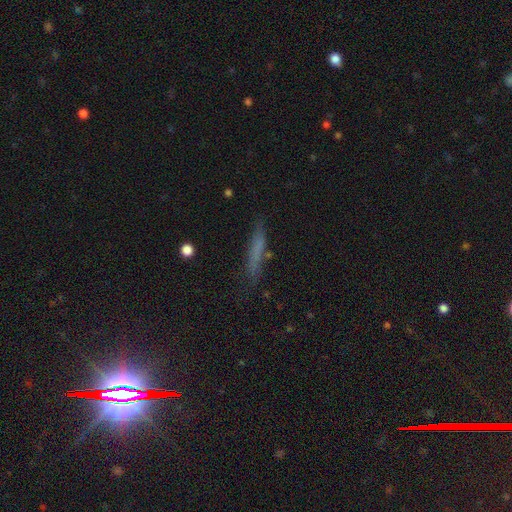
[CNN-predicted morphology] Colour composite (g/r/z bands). It shows a smooth galaxy with no disk features (57%) that is cigar-shaped (90%). Merging: none (74%).